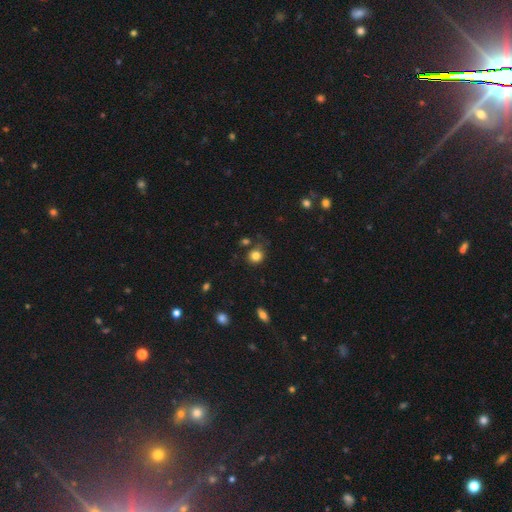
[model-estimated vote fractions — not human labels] A smooth galaxy with no disk features (82%) that is round (84%). Merging: none (75%).